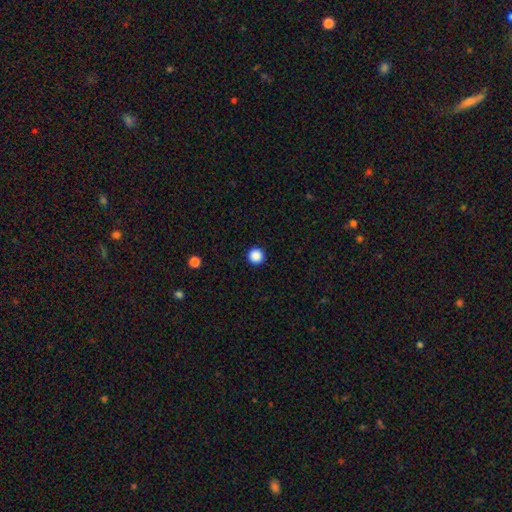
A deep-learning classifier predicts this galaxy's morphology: Smooth or featured? Predicted: smooth (p=0.88). How rounded? Predicted: round (p=0.96). Merging? Predicted: none (p=0.94).